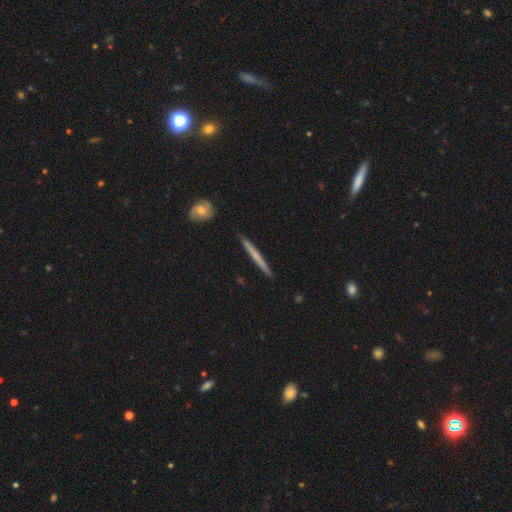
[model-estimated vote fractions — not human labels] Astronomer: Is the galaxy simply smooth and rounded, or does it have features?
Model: featured or disk — 52% (runner-up: smooth, 43%).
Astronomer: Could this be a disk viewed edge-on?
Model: yes — 96%.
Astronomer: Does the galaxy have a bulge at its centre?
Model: none — 80%.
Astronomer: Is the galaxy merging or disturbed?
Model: none — 91%.